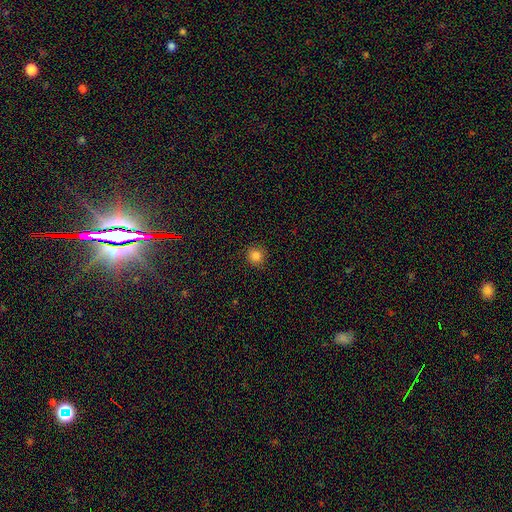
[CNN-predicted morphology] A smooth galaxy with no disk features (84%) that is round (91%). Merging: none (90%).